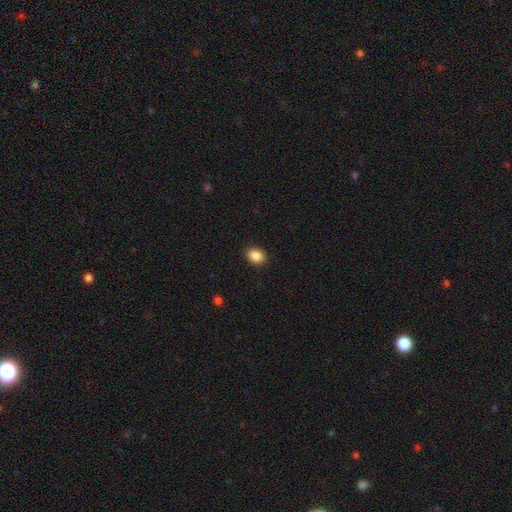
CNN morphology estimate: Smooth or featured? smooth (88%)
How rounded? in between (63%)
Merging? none (90%)